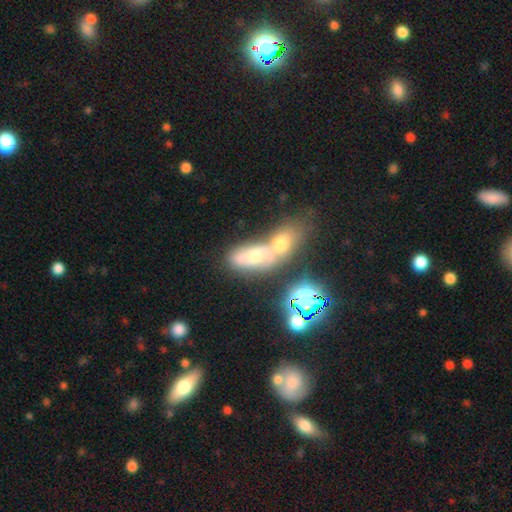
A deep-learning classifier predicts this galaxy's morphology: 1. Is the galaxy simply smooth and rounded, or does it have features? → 45% smooth, 30% featured or disk, 26% star or artifact.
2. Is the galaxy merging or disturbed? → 54% merger, 30% none, 9% minor disturbance, 6% major disturbance.